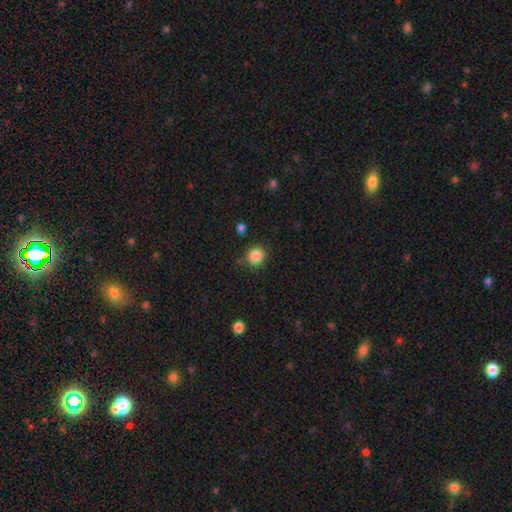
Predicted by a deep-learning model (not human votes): Smooth or featured? Predicted: smooth (p=0.86). How rounded? Predicted: round (p=0.84). Merging? Predicted: none (p=0.82).